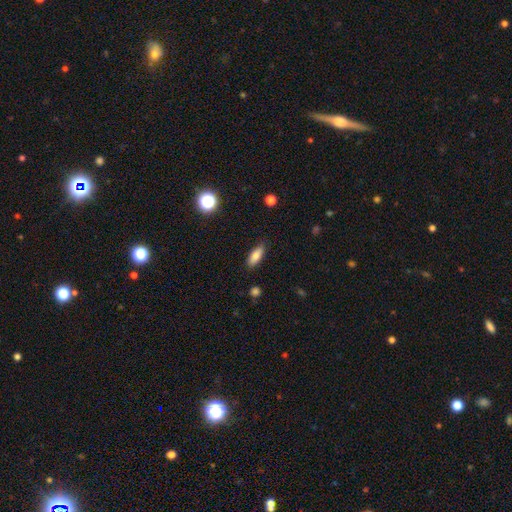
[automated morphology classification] Smooth or featured? smooth (79%)
How rounded? in between (74%)
Merging? none (85%)